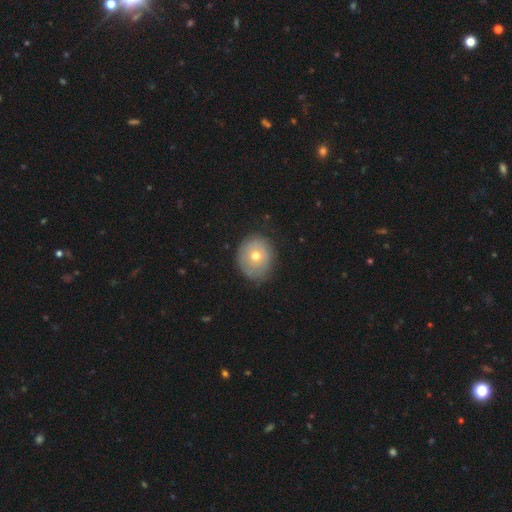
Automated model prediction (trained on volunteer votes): A smooth galaxy with no disk features (63%) that is round (70%).

Vote fractions:
- Smooth or featured? smooth: 63% / featured or disk: 28% / star or artifact: 9%
- How rounded? round: 70% / in between: 29% / cigar-shaped: 1%
- Merging? none: 75% / minor disturbance: 19% / major disturbance: 5% / merger: 1%